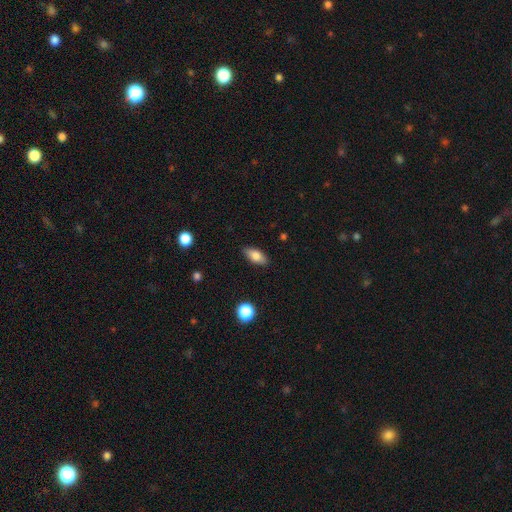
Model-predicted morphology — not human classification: This appears to be a smooth galaxy with no disk features (79%) that is in between round and cigar-shaped (85%). Merging: none (87%).